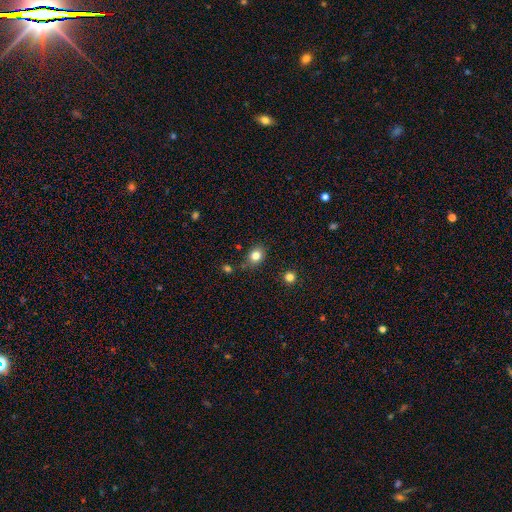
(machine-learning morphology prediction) Overall: smooth (82%). How rounded: round (53%; in between 46%). Merging: none (80%).